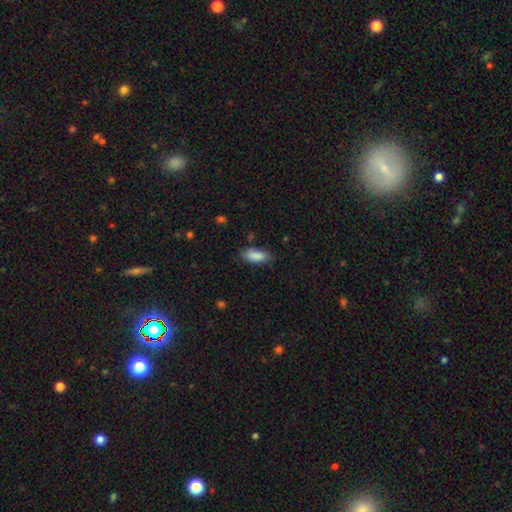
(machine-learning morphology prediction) Smooth or featured: smooth — 89% (star or artifact — 7%)
How rounded: in between — 85% (cigar-shaped — 13%)
Merging: none — 76% (minor disturbance — 18%)